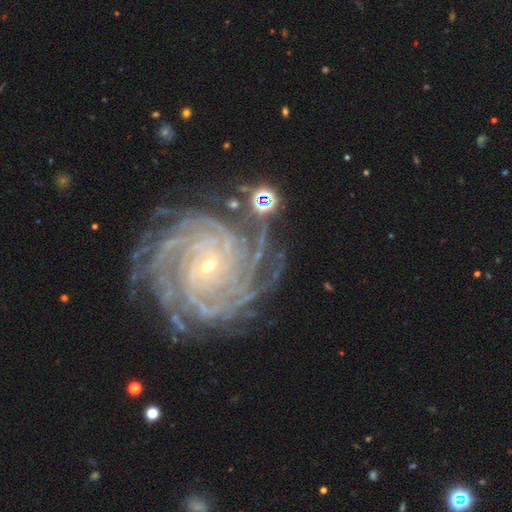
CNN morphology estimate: The model was most divided on "spiral arm count": more than 4: 30%, 4: 25%, can't tell: 15%, 3: 12%, 2: 10%, 1: 8%. More confident: spiral arms — yes (99%); edge-on disk — no (98%); smooth or featured — featured or disk (91%); spiral winding — tight (84%); bulge size — small (82%); merging — none (77%); bar — no (59%).